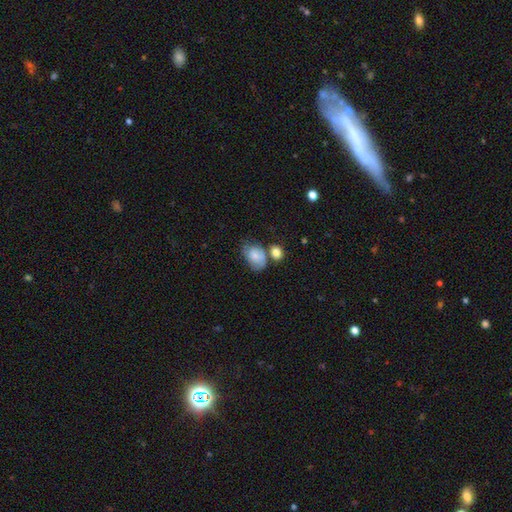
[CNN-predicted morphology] Overall: smooth (72%). How rounded: in between (78%). Merging: none (36%; merger 26%).